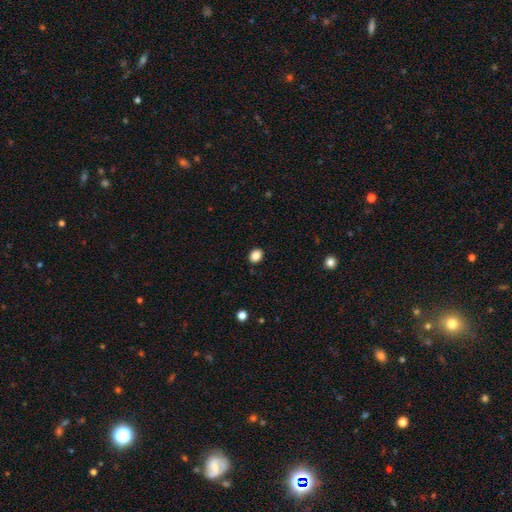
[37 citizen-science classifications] This is clearly a smooth galaxy (95%). How rounded: likely in between (66%). Merging: clearly none (89%).